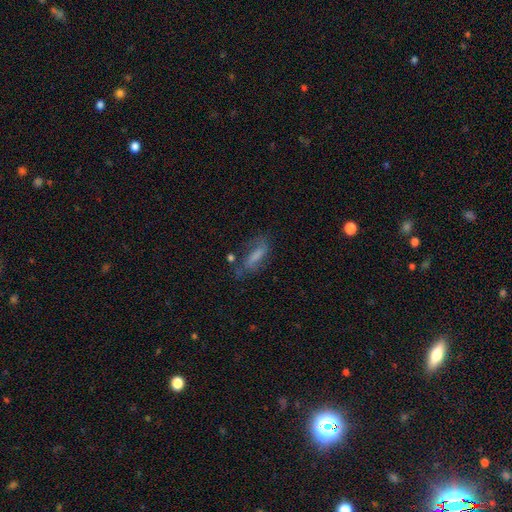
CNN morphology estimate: smooth_or_featured: smooth (p=0.57) [alt: featured or disk p=0.32]
how_rounded: in between (p=0.50) [alt: cigar-shaped p=0.47]
merging: none (p=0.55) [alt: minor disturbance p=0.25]